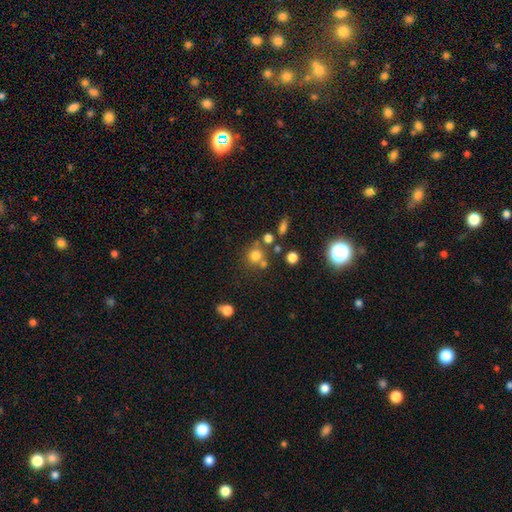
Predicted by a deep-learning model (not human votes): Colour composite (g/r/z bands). It shows a smooth galaxy with no disk features (74%) that is round (87%). Merging: none (62%).